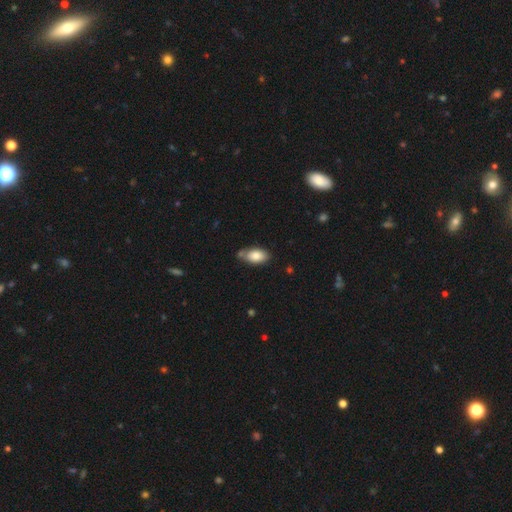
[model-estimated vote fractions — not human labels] This is clearly a smooth galaxy (80%). How rounded: clearly in between (92%). Merging: likely none (64%).